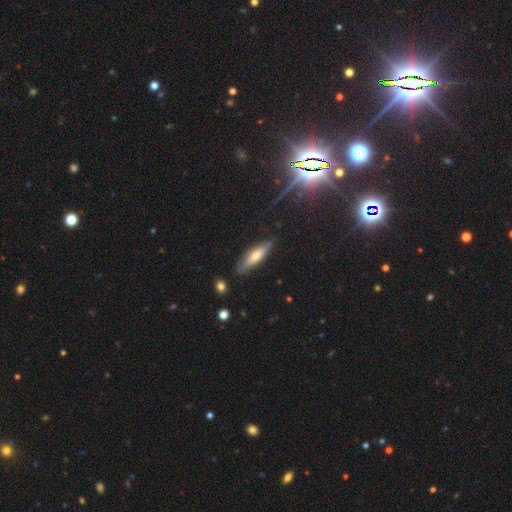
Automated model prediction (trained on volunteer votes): Smooth or featured: smooth — 51% (featured or disk — 38%)
How rounded: cigar-shaped — 66% (in between — 32%)
Merging: none — 81% (minor disturbance — 14%)